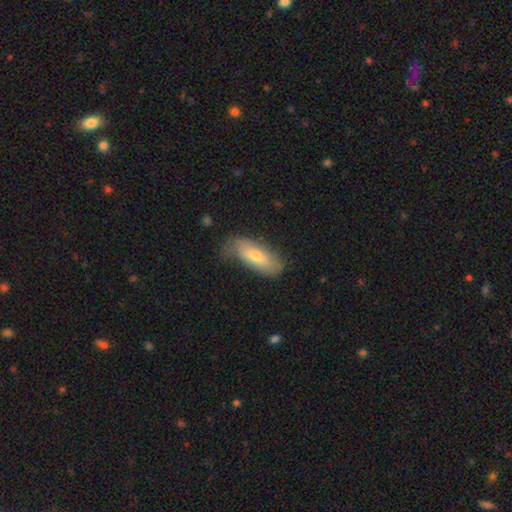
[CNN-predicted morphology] The model was most divided on "merging": none: 64%, minor disturbance: 27%, major disturbance: 7%, merger: 2%. More confident: how rounded — in between (75%); smooth or featured — smooth (69%).